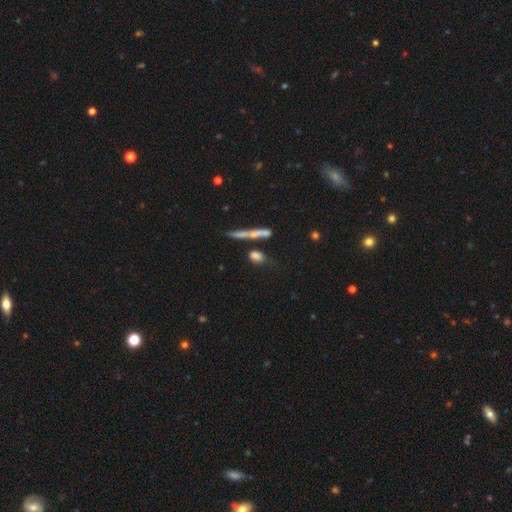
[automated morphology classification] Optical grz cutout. It shows a smooth galaxy with no disk features (74%) that is in between round and cigar-shaped (41%). Merging: none (58%).